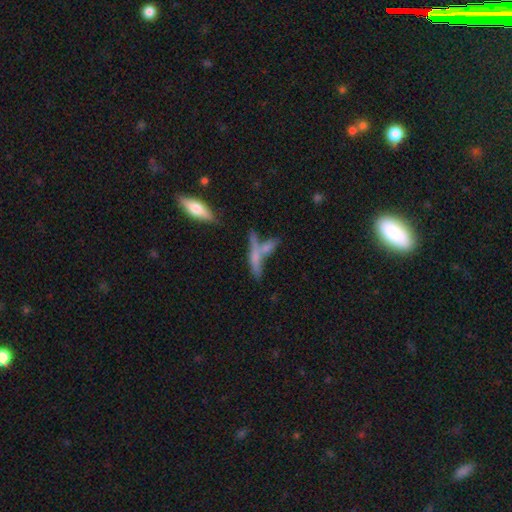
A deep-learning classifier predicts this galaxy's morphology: Smooth or featured?
  - smooth: 55% *
  - featured or disk: 35%
  - star or artifact: 10%
How rounded?
  - cigar-shaped: 75% *
  - in between: 22%
  - round: 4%
Merging?
  - none: 45% *
  - merger: 38%
  - minor disturbance: 11%
  - major disturbance: 6%